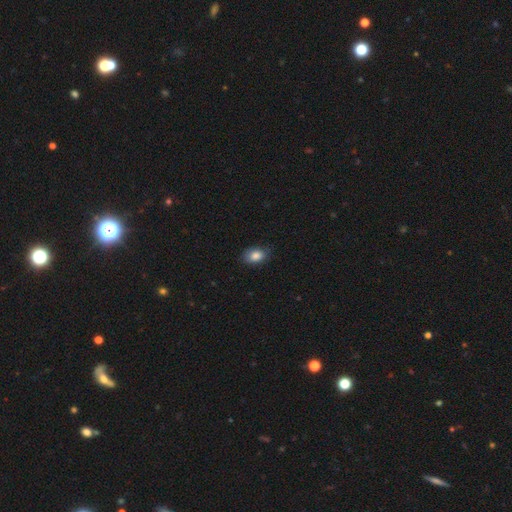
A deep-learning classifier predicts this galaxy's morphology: smooth-or-featured: smooth: 85% | star or artifact: 8% | featured or disk: 6%
  how-rounded: in between: 81% | round: 17% | cigar-shaped: 1%
  merging: none: 79% | minor disturbance: 17% | major disturbance: 3% | merger: 1%